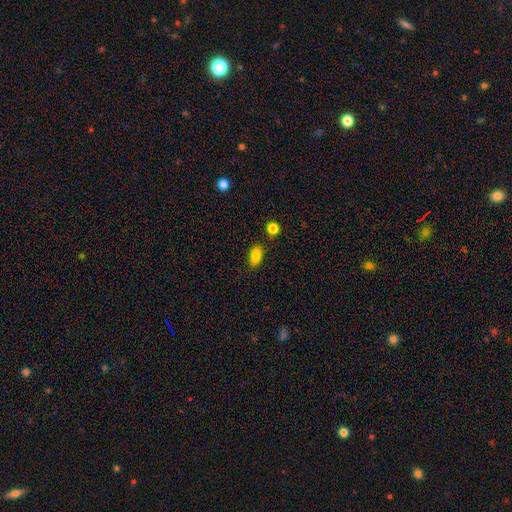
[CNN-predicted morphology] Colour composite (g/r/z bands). It shows a smooth galaxy with no disk features (85%) that is in between round and cigar-shaped (89%). Merging: none (81%).